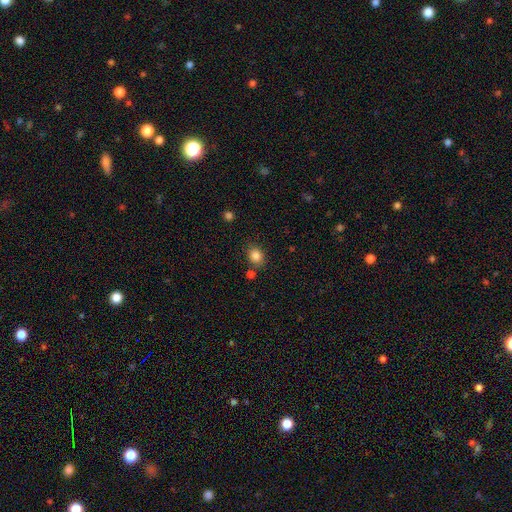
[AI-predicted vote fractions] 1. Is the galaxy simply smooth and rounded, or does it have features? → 85% smooth, 10% star or artifact, 5% featured or disk.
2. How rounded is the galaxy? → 61% round, 38% in between, 1% cigar-shaped.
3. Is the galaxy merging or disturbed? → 76% none, 12% minor disturbance, 8% merger, 4% major disturbance.